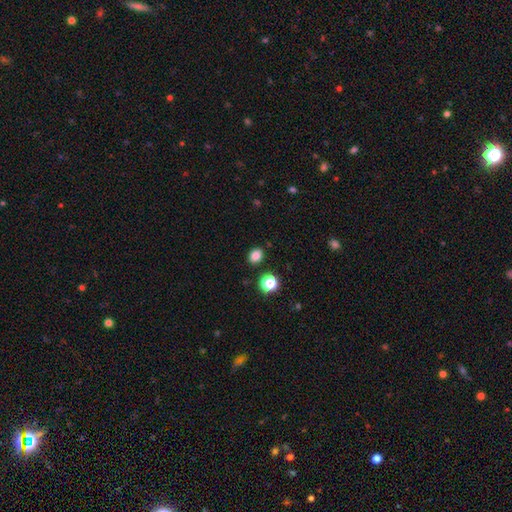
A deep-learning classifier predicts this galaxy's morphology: Smooth or featured?
  - smooth: 84% *
  - star or artifact: 13%
  - featured or disk: 3%
How rounded?
  - in between: 51% *
  - round: 48%
  - cigar-shaped: 1%
Merging?
  - none: 86% *
  - minor disturbance: 9%
  - merger: 3%
  - major disturbance: 3%